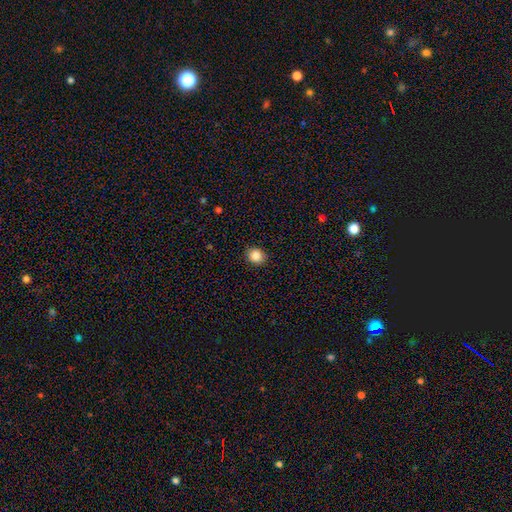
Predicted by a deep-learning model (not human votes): This appears to be a smooth galaxy with no disk features (86%) that is round (73%). Merging: none (90%).